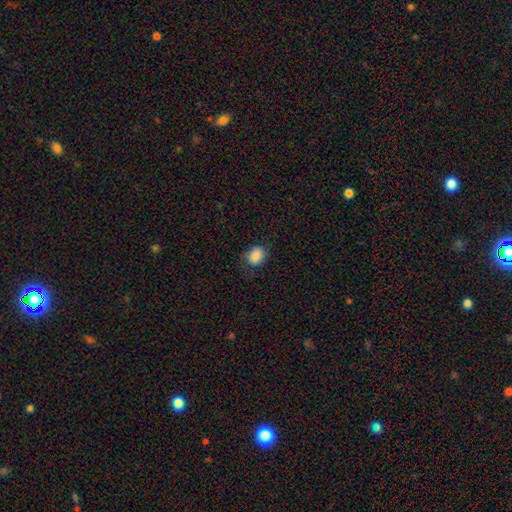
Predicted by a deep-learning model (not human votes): smooth 87%, star or artifact 9%, featured or disk 4%. Down the decision tree: how rounded — in between (54%); merging — none (78%).